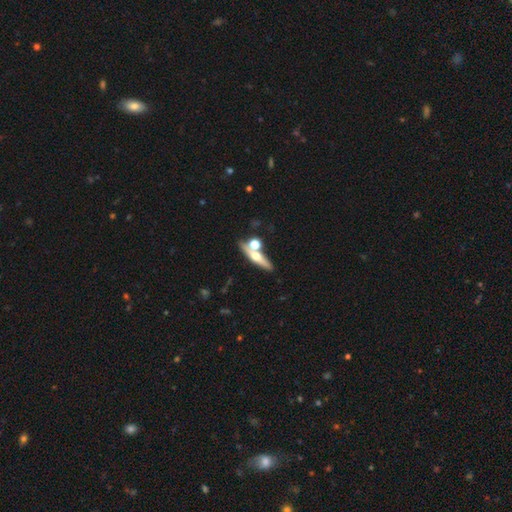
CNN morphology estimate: type=featured or disk (52%); edge-on=yes (84%); merging=none (65%).